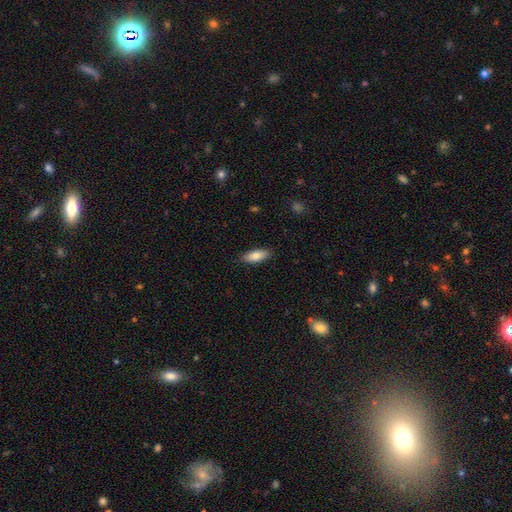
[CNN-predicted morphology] smooth-or-featured: smooth: 82% | featured or disk: 12% | star or artifact: 6%
  how-rounded: in between: 78% | cigar-shaped: 20% | round: 2%
  merging: none: 87% | minor disturbance: 10% | major disturbance: 2% | merger: 1%